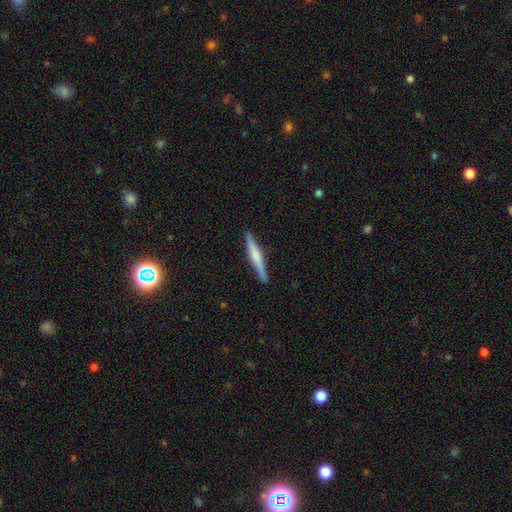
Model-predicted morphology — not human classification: Q: Smooth or featured?
A: featured or disk (50%); runner-up: smooth (44%)
Q: Edge-on disk?
A: yes (97%); runner-up: no (3%)
Q: Merging?
A: none (89%); runner-up: minor disturbance (8%)